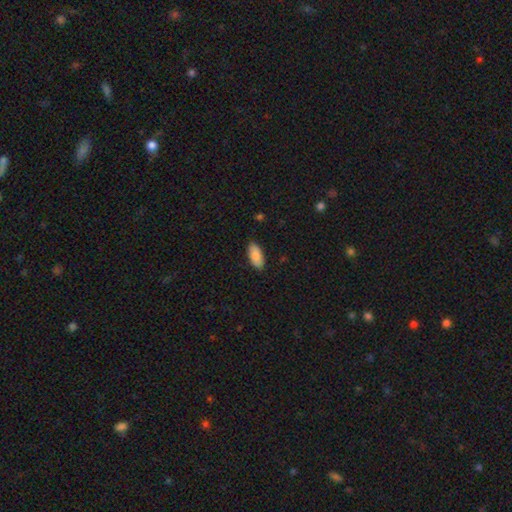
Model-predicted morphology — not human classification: smooth-or-featured: smooth: 83% | featured or disk: 11% | star or artifact: 6%
  how-rounded: in between: 92% | cigar-shaped: 6% | round: 2%
  merging: none: 87% | minor disturbance: 10% | major disturbance: 2% | merger: 1%